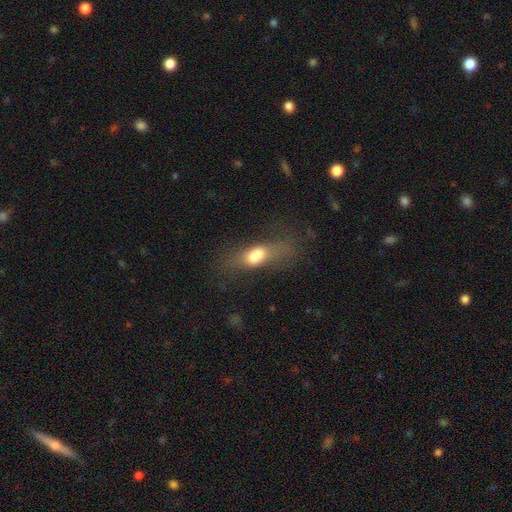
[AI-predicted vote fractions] Smooth or featured? smooth (58%)
How rounded? in between (66%)
Merging? merger (39%)